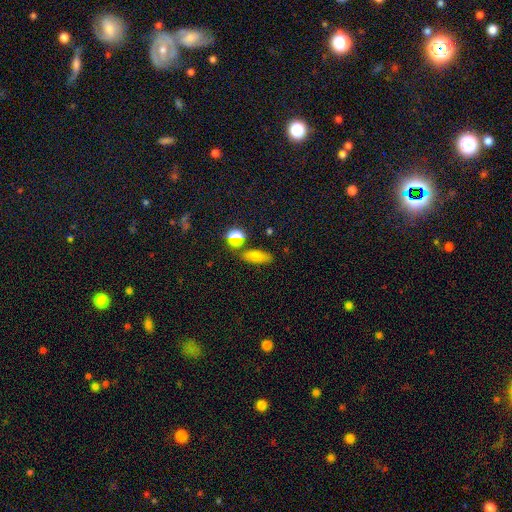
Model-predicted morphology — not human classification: A smooth galaxy with no disk features (71%) that is in between round and cigar-shaped (69%).

Vote fractions:
- Smooth or featured? smooth: 71% / star or artifact: 16% / featured or disk: 13%
- How rounded? in between: 69% / cigar-shaped: 22% / round: 9%
- Merging? none: 77% / minor disturbance: 12% / merger: 8% / major disturbance: 4%